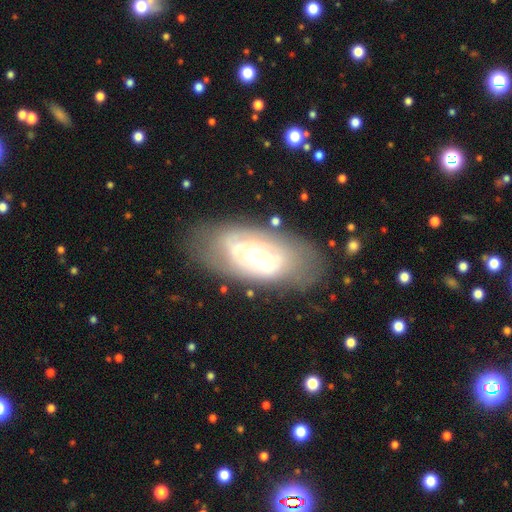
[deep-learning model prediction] featured or disk 70%, smooth 24%, star or artifact 7%. Down the decision tree: edge-on disk — no (92%); bar — no (68%); spiral arms — yes (56%); bulge size — moderate (60%); merging — none (70%).